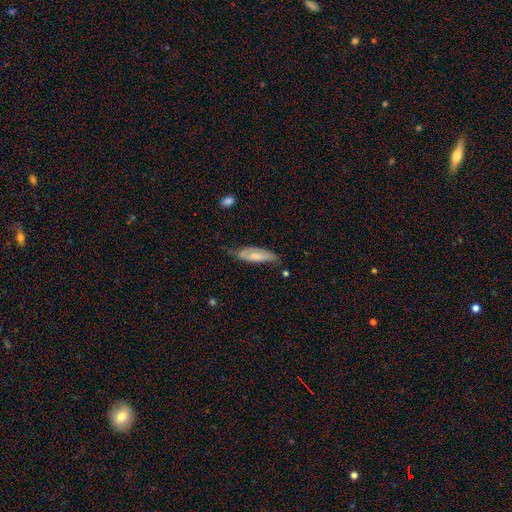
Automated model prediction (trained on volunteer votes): This is likely a smooth galaxy (63%). How rounded: possibly in between (56%). Merging: possibly none (51%).